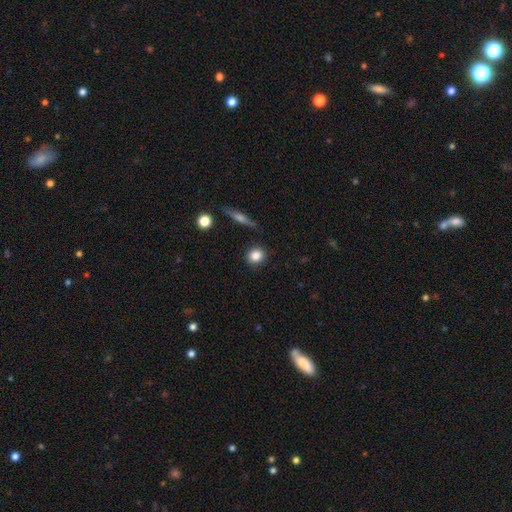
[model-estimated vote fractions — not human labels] Smooth or featured? smooth (86%)
How rounded? round (84%)
Merging? none (88%)